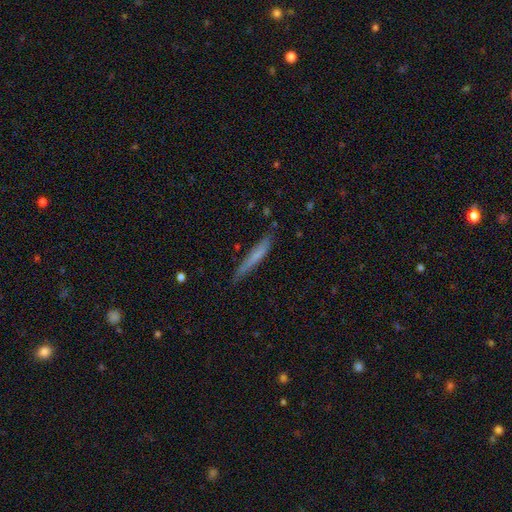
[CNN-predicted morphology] This is possibly a smooth galaxy (59%). How rounded: clearly cigar-shaped (95%). Merging: likely none (75%).